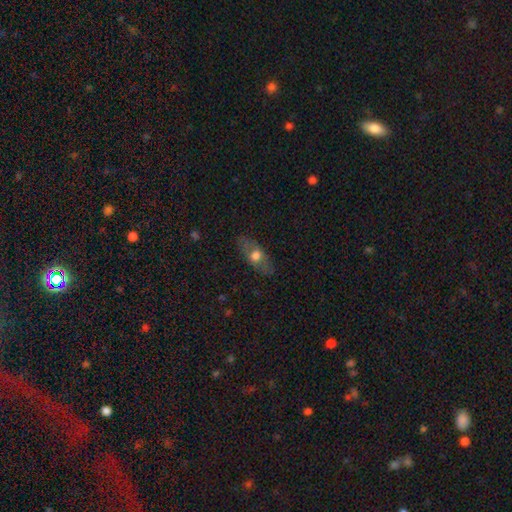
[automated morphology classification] Overall: smooth (55%; featured or disk 37%). How rounded: in between (76%). Merging: none (81%).